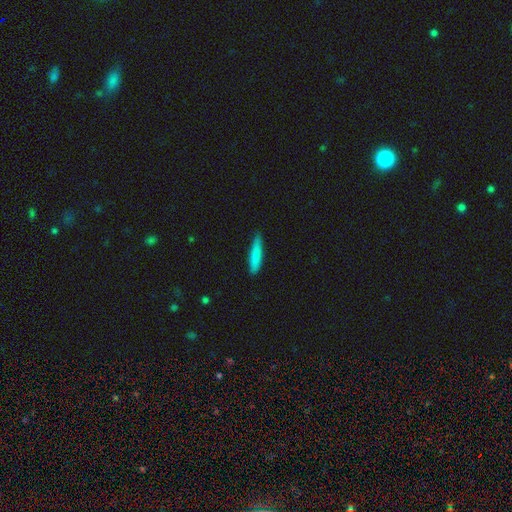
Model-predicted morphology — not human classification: A smooth galaxy with no disk features (83%) that is cigar-shaped (85%).

Vote fractions:
- Smooth or featured? smooth: 83% / featured or disk: 11% / star or artifact: 6%
- How rounded? cigar-shaped: 85% / in between: 13% / round: 1%
- Merging? none: 81% / minor disturbance: 15% / major disturbance: 2% / merger: 1%